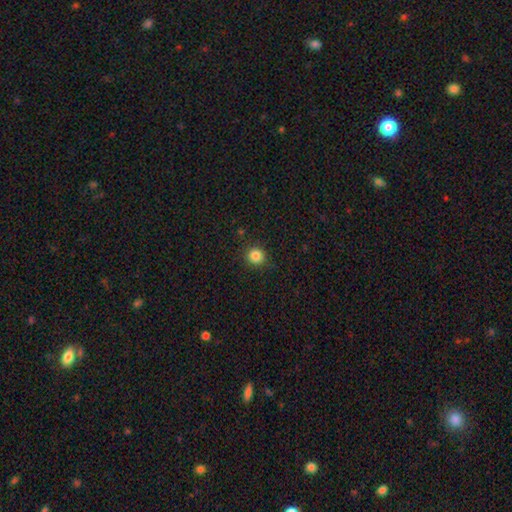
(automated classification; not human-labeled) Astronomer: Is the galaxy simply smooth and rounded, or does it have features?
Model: smooth — 85%.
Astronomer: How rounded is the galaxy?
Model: round — 92%.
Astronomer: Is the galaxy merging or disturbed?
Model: none — 89%.